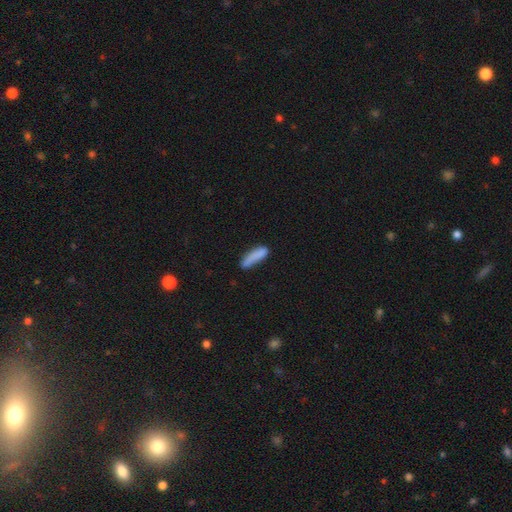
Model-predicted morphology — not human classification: Q: Smooth or featured?
A: smooth (82%); runner-up: featured or disk (11%)
Q: How rounded?
A: cigar-shaped (65%); runner-up: in between (33%)
Q: Merging?
A: none (55%); runner-up: minor disturbance (28%)